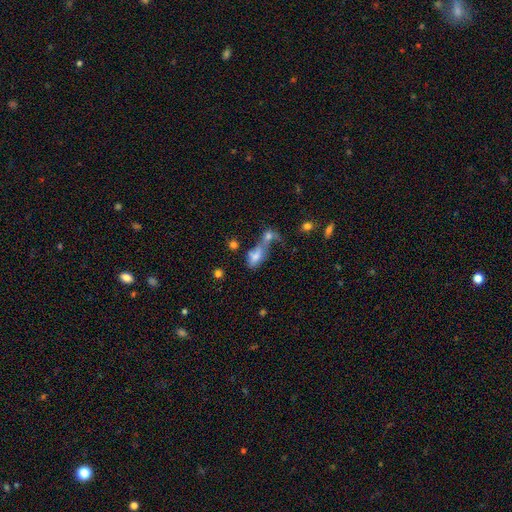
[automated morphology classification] A smooth galaxy with no disk features (65%) that is in between round and cigar-shaped (82%).

Vote fractions:
- Smooth or featured? smooth: 65% / featured or disk: 23% / star or artifact: 12%
- How rounded? in between: 82% / round: 9% / cigar-shaped: 9%
- Merging? merger: 60% / none: 16% / major disturbance: 15% / minor disturbance: 9%